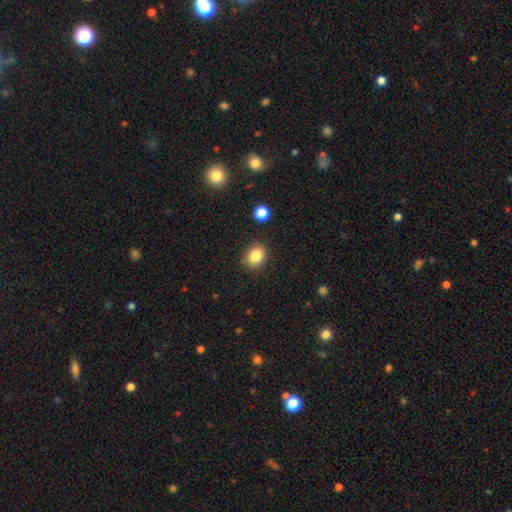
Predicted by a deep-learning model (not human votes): Smooth or featured: smooth — 85% (star or artifact — 10%)
How rounded: round — 56% (in between — 43%)
Merging: none — 83% (minor disturbance — 12%)